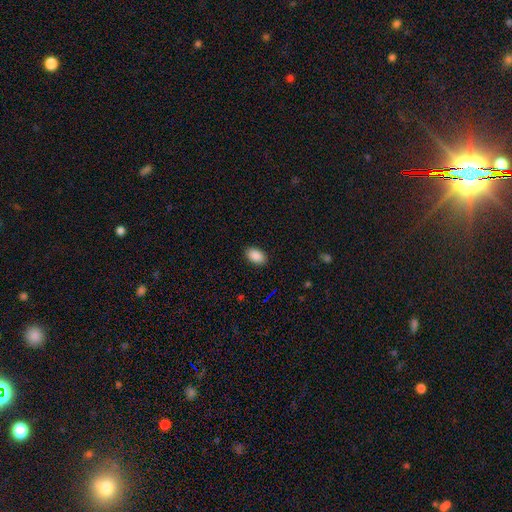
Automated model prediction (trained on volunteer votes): This appears to be a smooth galaxy with no disk features (90%) that is in between round and cigar-shaped (91%). Merging: none (89%).